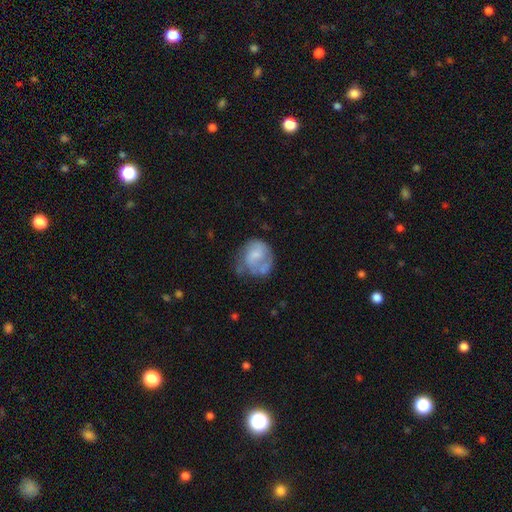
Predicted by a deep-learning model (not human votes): featured or disk 49%, smooth 44%, star or artifact 7%. Down the decision tree: merging — none (40%).